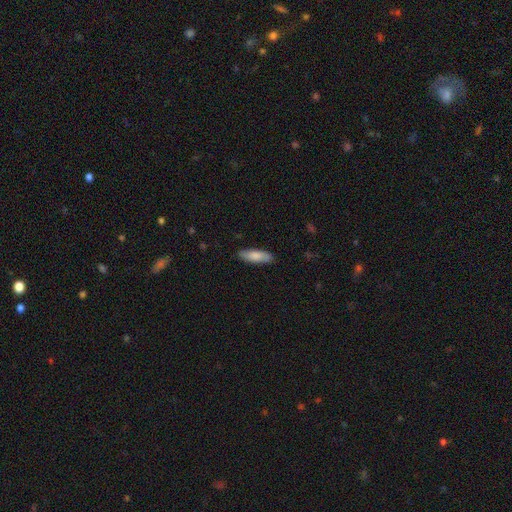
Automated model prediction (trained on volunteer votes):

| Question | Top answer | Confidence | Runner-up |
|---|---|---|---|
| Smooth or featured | smooth | 79% | featured or disk (15%) |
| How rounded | in between | 51% | cigar-shaped (47%) |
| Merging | none | 86% | minor disturbance (11%) |